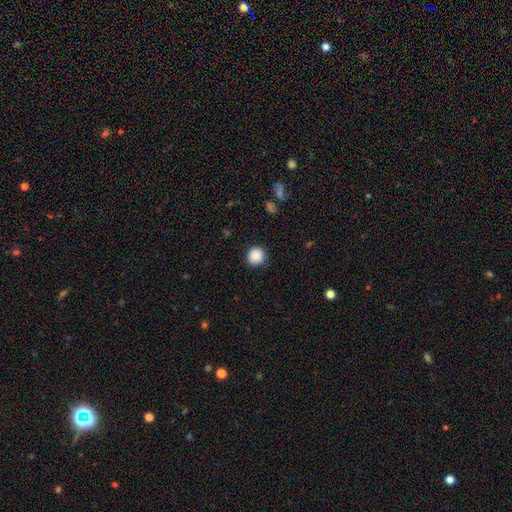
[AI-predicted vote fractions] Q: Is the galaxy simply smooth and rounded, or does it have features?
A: smooth — 88%.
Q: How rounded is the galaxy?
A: round — 94%.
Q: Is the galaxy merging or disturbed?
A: none — 89%.